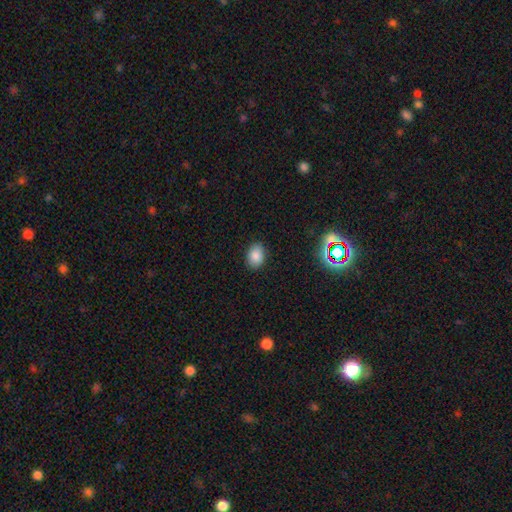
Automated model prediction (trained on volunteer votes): Smooth or featured? Predicted: smooth (p=0.86). How rounded? Predicted: in between (p=0.73). Merging? Predicted: none (p=0.88).